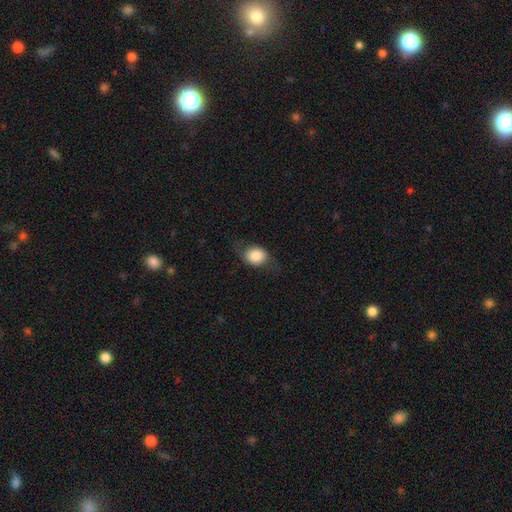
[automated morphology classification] Smooth or featured? Predicted: smooth (p=0.76). How rounded? Predicted: round (p=0.55). Merging? Predicted: none (p=0.68).